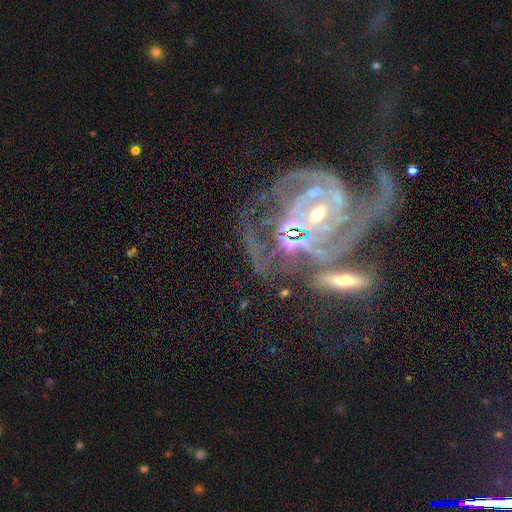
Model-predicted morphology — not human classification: The model was most divided on "merging": merger: 39%, none: 26%, major disturbance: 20%, minor disturbance: 14%. Remaining: spiral arms — yes (96%); edge-on disk — no (95%); smooth or featured — featured or disk (89%); bulge size — small (61%); spiral winding — tight (53%); bar — no (48%); spiral arm count — 2 (40%).